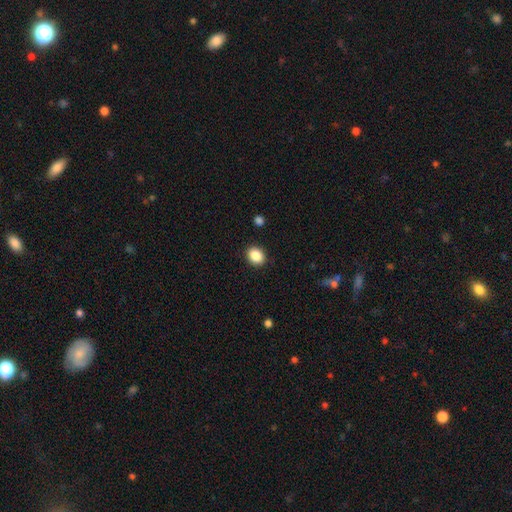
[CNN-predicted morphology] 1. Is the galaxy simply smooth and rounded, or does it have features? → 88% smooth, 9% star or artifact, 4% featured or disk.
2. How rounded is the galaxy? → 51% round, 48% in between, 1% cigar-shaped.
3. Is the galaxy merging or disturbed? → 90% none, 7% minor disturbance, 2% major disturbance, 1% merger.